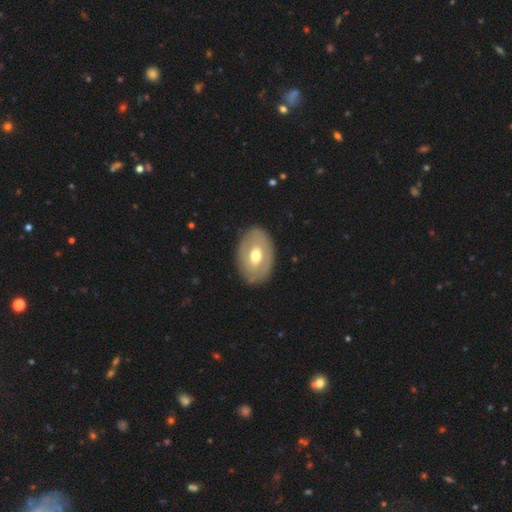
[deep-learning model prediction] smooth_or_featured: featured or disk (p=0.51) [alt: smooth p=0.44]
disk_edge_on: no (p=0.91) [alt: yes p=0.09]
merging: none (p=0.85) [alt: minor disturbance p=0.11]